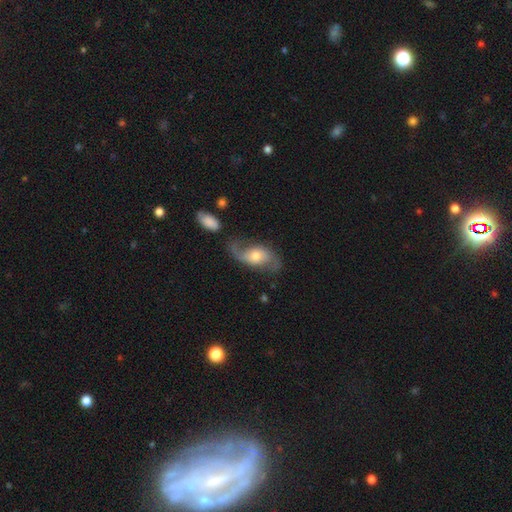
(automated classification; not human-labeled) Morphology: type=featured or disk (70%); edge-on=no (94%); bar=no (69%); spiral arms=yes (87%); winding=loose (62%); arm count=2 (76%); bulge=moderate (63%); merging=none (50%).